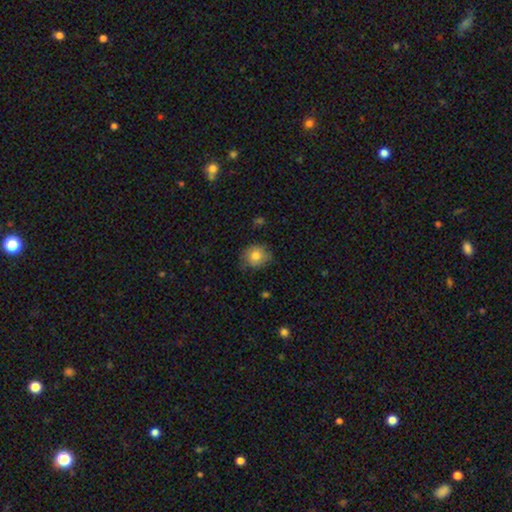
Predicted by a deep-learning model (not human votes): Smooth or featured? Predicted: smooth (p=0.78). How rounded? Predicted: round (p=0.78). Merging? Predicted: none (p=0.68).